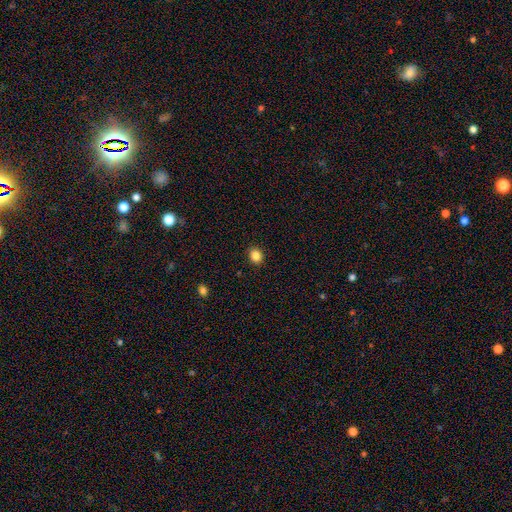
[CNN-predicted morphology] A smooth galaxy with no disk features (85%) that is round (67%). Merging: none (91%).